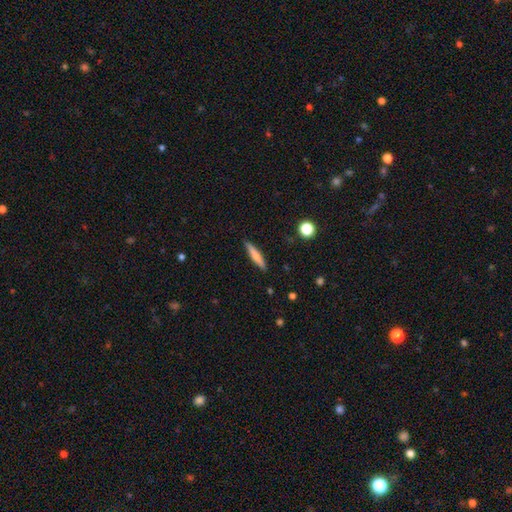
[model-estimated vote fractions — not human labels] This is likely a smooth galaxy (65%). How rounded: clearly cigar-shaped (89%). Merging: clearly none (88%).